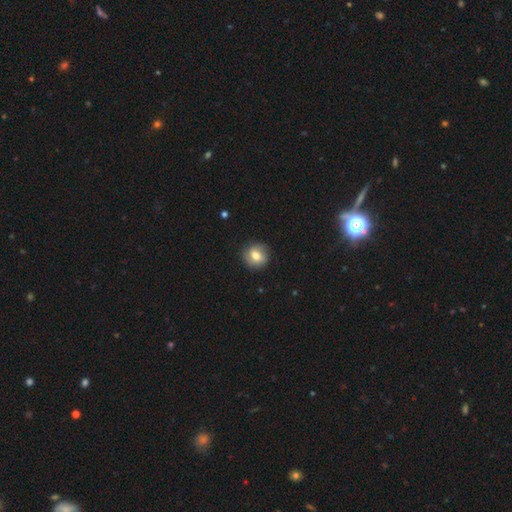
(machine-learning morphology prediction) Smooth or featured: smooth — 66% (featured or disk — 25%)
How rounded: round — 85% (in between — 14%)
Merging: none — 85% (minor disturbance — 11%)